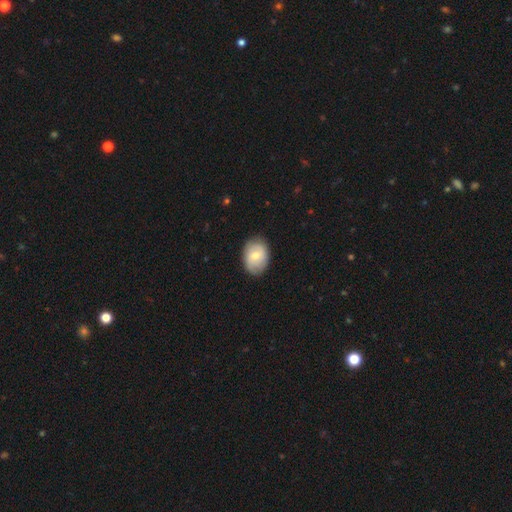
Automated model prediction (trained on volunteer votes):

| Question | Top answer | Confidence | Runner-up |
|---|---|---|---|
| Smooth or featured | smooth | 64% | featured or disk (30%) |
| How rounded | in between | 69% | round (30%) |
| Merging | none | 83% | minor disturbance (13%) |